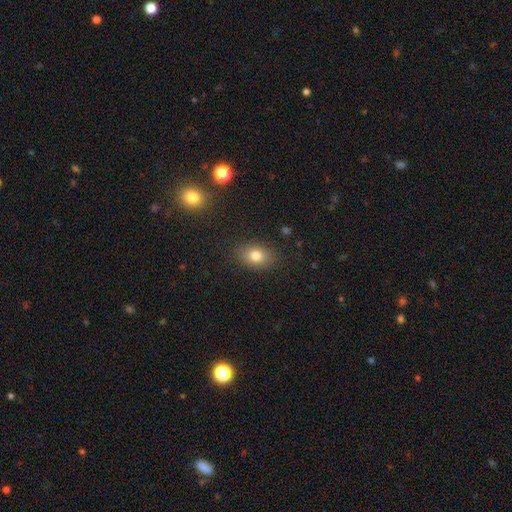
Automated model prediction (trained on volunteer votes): A smooth galaxy with no disk features (78%) that is in between round and cigar-shaped (71%). Merging: none (85%).